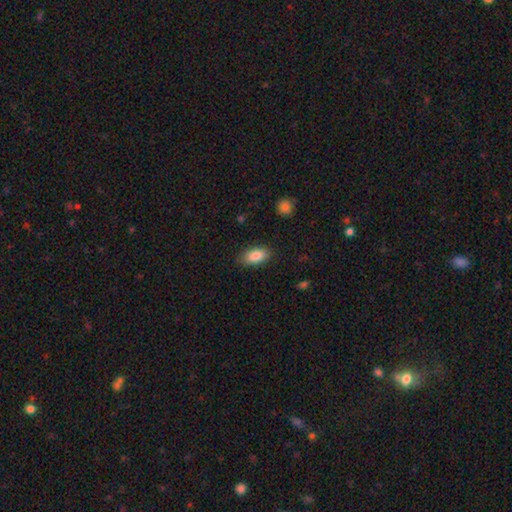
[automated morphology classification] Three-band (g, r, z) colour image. It shows a smooth galaxy with no disk features (85%) that is in between round and cigar-shaped (92%). Merging: none (85%).